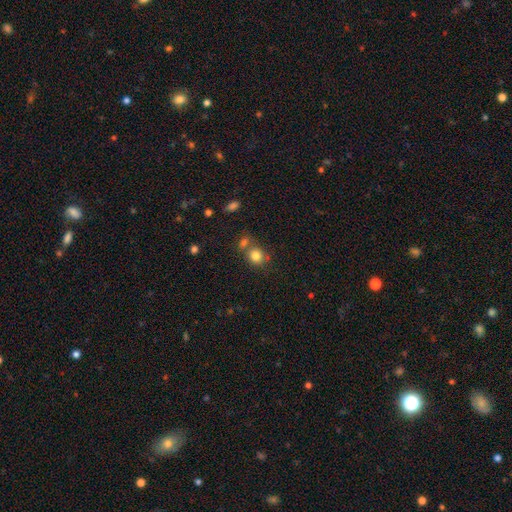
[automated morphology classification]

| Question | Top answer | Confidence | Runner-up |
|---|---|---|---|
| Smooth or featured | smooth | 81% | star or artifact (11%) |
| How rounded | round | 77% | in between (22%) |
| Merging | none | 55% | merger (31%) |